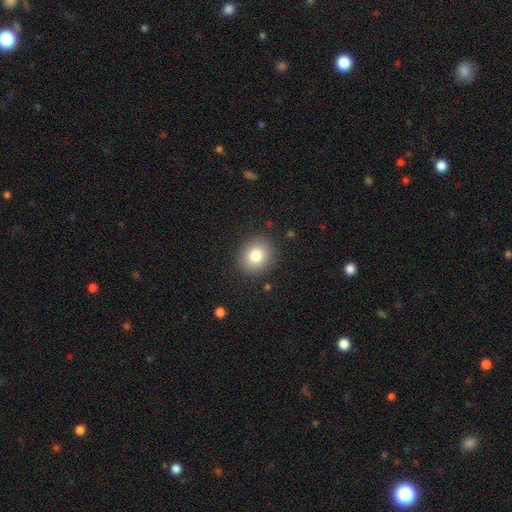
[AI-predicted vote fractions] Q: Smooth or featured?
A: smooth (80%); runner-up: star or artifact (10%)
Q: How rounded?
A: round (75%); runner-up: in between (25%)
Q: Merging?
A: none (88%); runner-up: minor disturbance (8%)